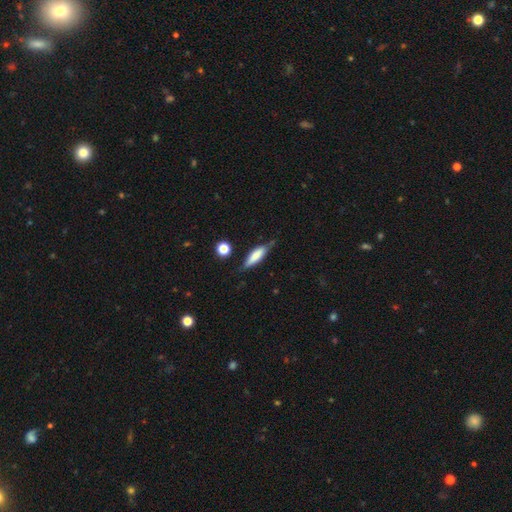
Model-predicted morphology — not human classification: smooth-or-featured: smooth: 67% | featured or disk: 26% | star or artifact: 7%
  how-rounded: cigar-shaped: 51% | in between: 47% | round: 2%
  merging: none: 67% | minor disturbance: 24% | major disturbance: 6% | merger: 3%